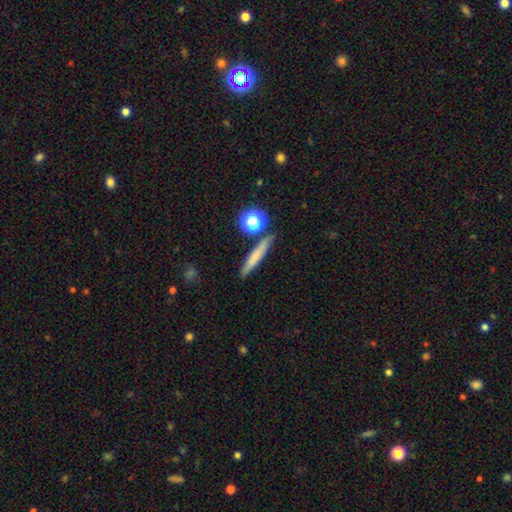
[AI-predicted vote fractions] A smooth galaxy with no disk features (68%) that is cigar-shaped (86%). Merging: none (83%).